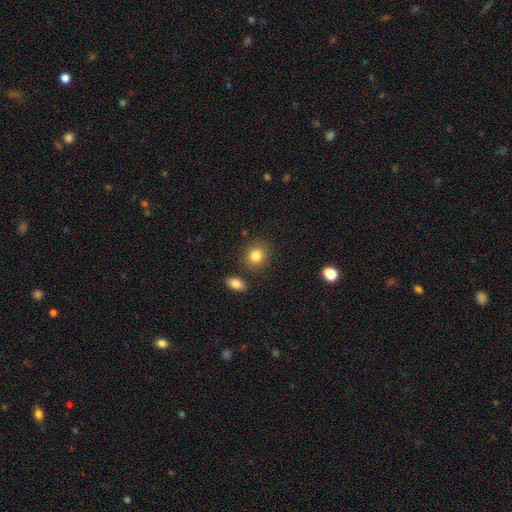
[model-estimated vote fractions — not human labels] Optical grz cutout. It shows a smooth galaxy with no disk features (84%) that is round (71%). Merging: none (83%).